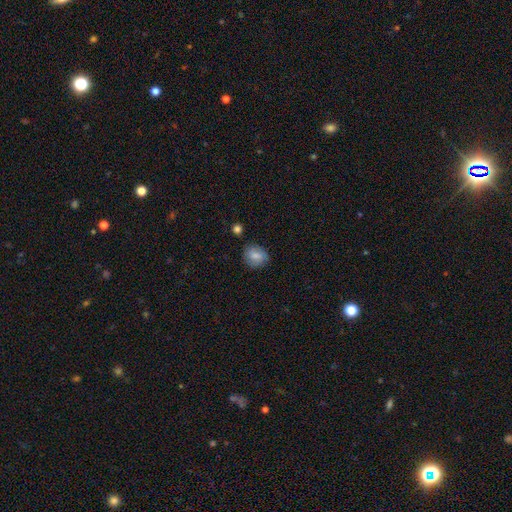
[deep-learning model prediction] A smooth galaxy with no disk features (69%) that is round (66%). Merging: none (77%).